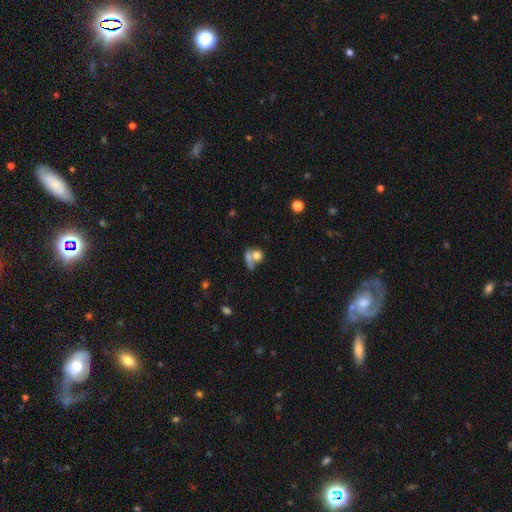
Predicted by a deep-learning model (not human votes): A smooth galaxy with no disk features (70%) that is round (66%).

Vote fractions:
- Smooth or featured? smooth: 70% / featured or disk: 19% / star or artifact: 11%
- How rounded? round: 66% / in between: 29% / cigar-shaped: 4%
- Merging? merger: 47% / none: 33% / major disturbance: 11% / minor disturbance: 9%